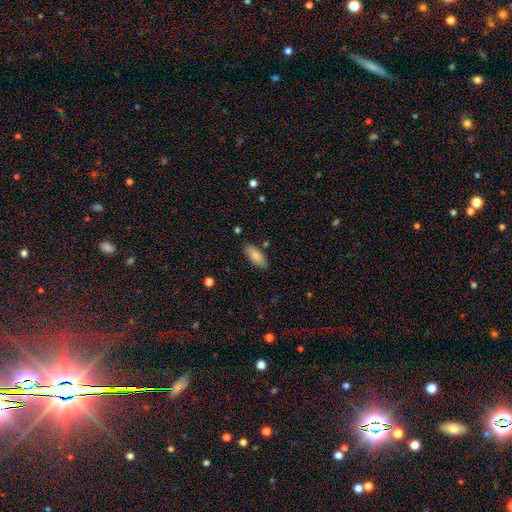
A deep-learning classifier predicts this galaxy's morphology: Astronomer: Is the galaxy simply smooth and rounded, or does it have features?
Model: smooth — 83%.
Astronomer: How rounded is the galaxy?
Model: in between — 84%.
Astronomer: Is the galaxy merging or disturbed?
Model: none — 83%.